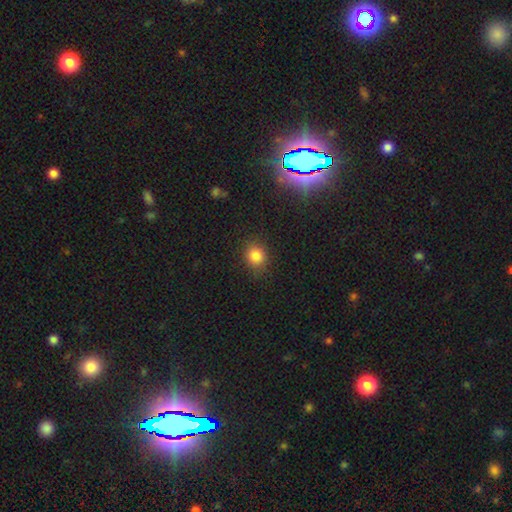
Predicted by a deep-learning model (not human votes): Q: Smooth or featured?
A: smooth (83%); runner-up: star or artifact (12%)
Q: How rounded?
A: round (75%); runner-up: in between (24%)
Q: Merging?
A: none (85%); runner-up: minor disturbance (11%)